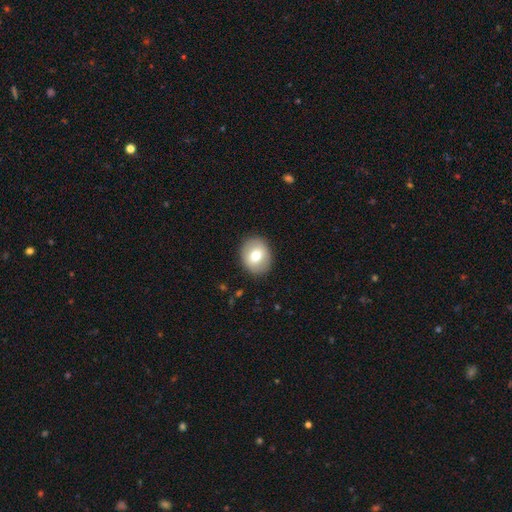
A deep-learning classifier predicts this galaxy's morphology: The model was most divided on "how rounded": round: 66%, in between: 33%, cigar-shaped: 1%. More confident: merging — none (88%); smooth or featured — smooth (70%).